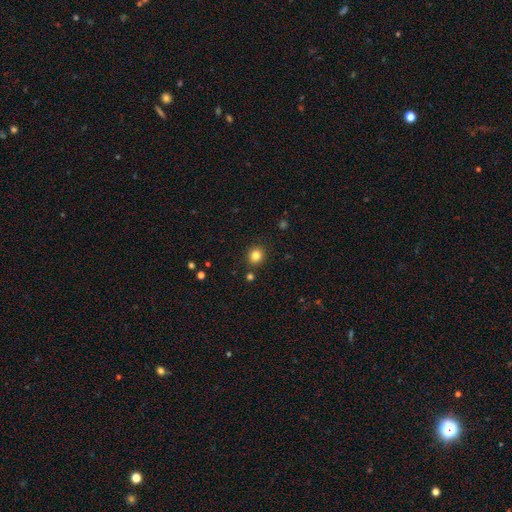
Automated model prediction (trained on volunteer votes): Q: Smooth or featured?
A: smooth (82%); runner-up: star or artifact (13%)
Q: How rounded?
A: round (85%); runner-up: in between (14%)
Q: Merging?
A: none (89%); runner-up: minor disturbance (6%)